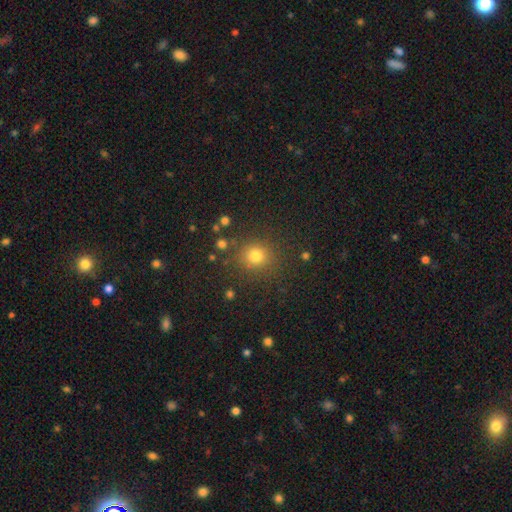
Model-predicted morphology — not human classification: Overall: smooth (76%). How rounded: round (88%). Merging: none (84%).